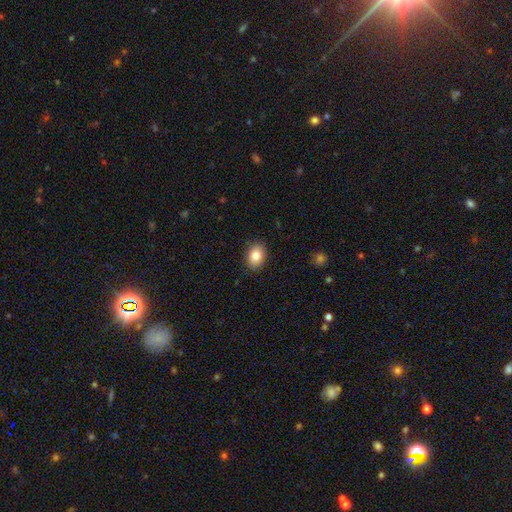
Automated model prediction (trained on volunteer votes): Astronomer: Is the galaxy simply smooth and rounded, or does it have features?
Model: smooth — 84%.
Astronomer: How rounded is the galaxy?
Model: in between — 69%.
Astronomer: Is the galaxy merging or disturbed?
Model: none — 88%.